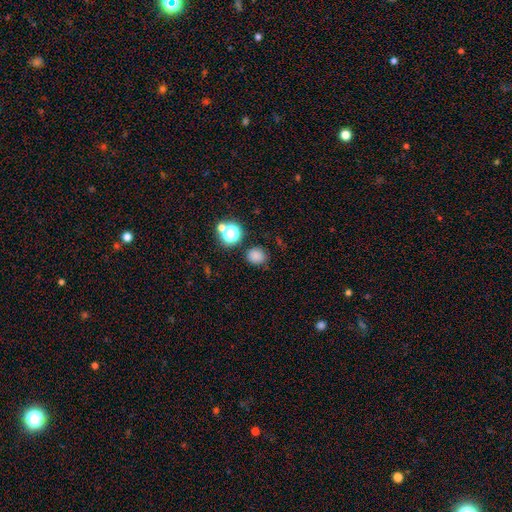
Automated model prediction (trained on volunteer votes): Smooth or featured? Predicted: smooth (p=0.78). How rounded? Predicted: round (p=0.77). Merging? Predicted: none (p=0.80).